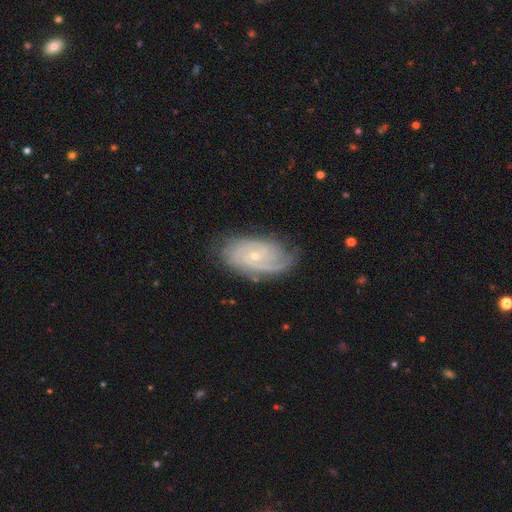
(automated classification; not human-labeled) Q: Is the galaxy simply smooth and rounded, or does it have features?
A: featured or disk — 85%.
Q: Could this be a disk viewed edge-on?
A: no — 95%.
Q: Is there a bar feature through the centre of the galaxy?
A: no — 67%.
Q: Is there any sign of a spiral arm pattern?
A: yes — 96%.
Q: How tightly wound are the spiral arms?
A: tight — 64%.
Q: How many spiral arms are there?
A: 2 — 35%.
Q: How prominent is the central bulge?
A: small — 70%.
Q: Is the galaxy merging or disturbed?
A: none — 75%.